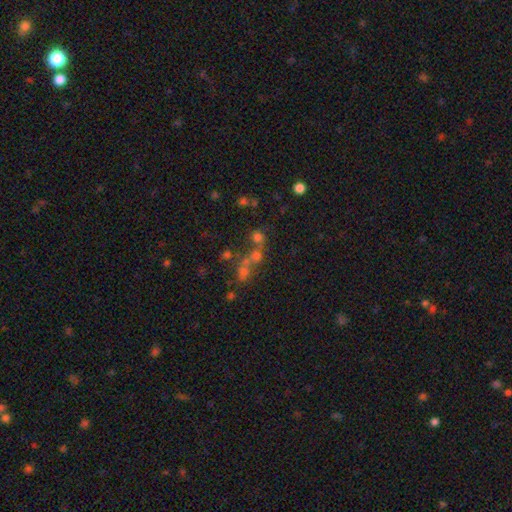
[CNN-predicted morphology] type=star or artifact (41%).